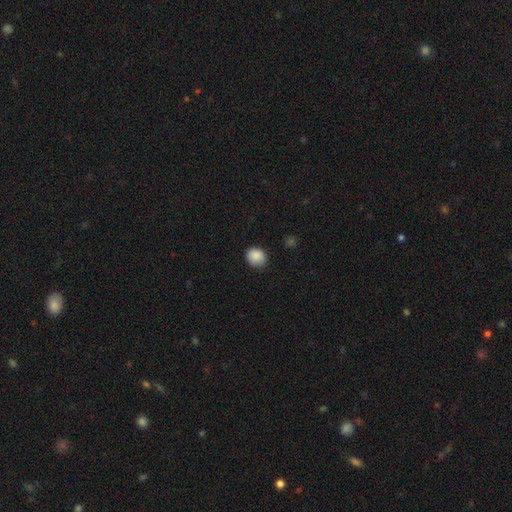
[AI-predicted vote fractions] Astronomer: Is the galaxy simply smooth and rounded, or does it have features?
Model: smooth — 87%.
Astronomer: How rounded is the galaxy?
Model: round — 73%.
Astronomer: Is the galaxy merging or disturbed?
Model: none — 80%.